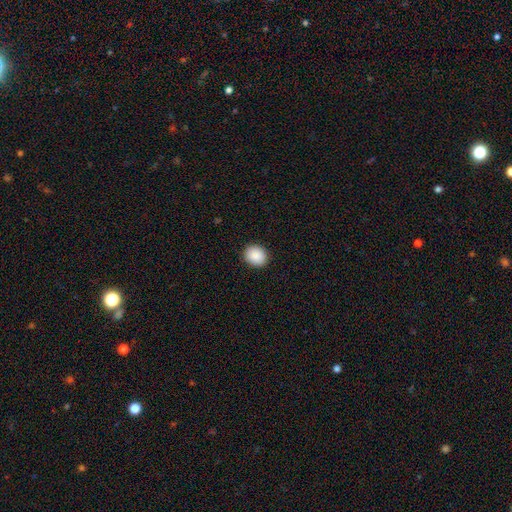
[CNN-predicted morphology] Q: Smooth or featured?
A: smooth (89%); runner-up: star or artifact (7%)
Q: How rounded?
A: round (71%); runner-up: in between (28%)
Q: Merging?
A: none (91%); runner-up: minor disturbance (7%)